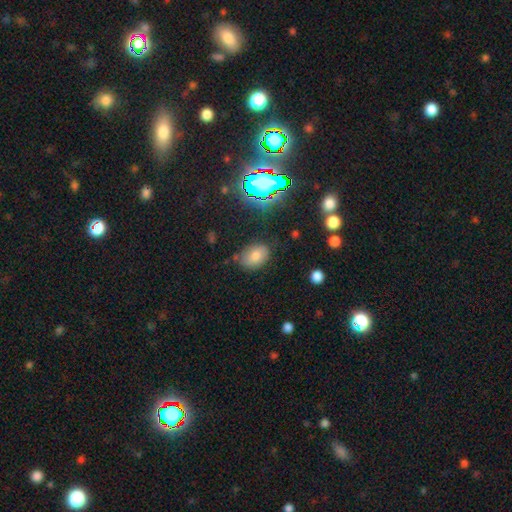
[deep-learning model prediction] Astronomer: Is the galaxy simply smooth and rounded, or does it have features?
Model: smooth — 72%.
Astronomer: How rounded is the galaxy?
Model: in between — 78%.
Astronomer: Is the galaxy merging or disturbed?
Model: none — 73%.